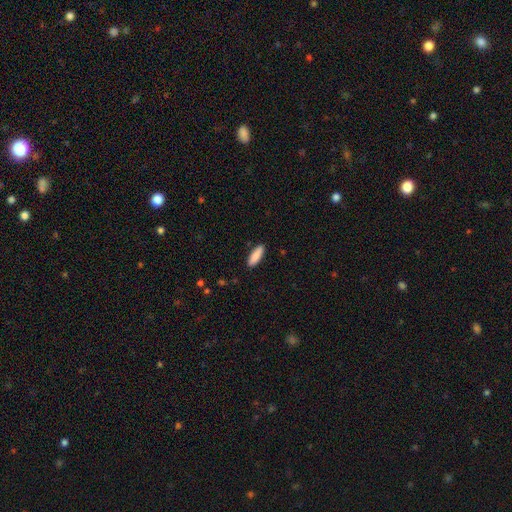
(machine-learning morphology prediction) Smooth or featured?
  - smooth: 89% *
  - star or artifact: 6%
  - featured or disk: 5%
How rounded?
  - cigar-shaped: 50% *
  - in between: 49%
  - round: 2%
Merging?
  - none: 89% *
  - minor disturbance: 8%
  - major disturbance: 2%
  - merger: 1%